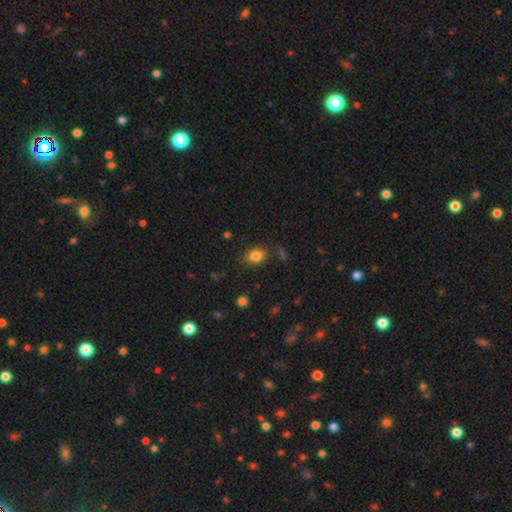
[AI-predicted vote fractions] smooth_or_featured: smooth (p=0.83) [alt: star or artifact p=0.11]
how_rounded: in between (p=0.70) [alt: round p=0.28]
merging: none (p=0.78) [alt: minor disturbance p=0.15]